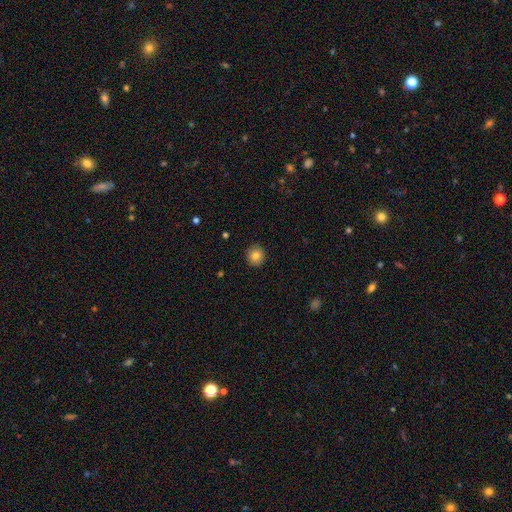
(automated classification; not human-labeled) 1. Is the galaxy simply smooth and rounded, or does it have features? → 83% smooth, 9% star or artifact, 7% featured or disk.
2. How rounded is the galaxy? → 90% round, 9% in between, 1% cigar-shaped.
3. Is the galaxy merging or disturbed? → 92% none, 6% minor disturbance, 2% major disturbance, 1% merger.